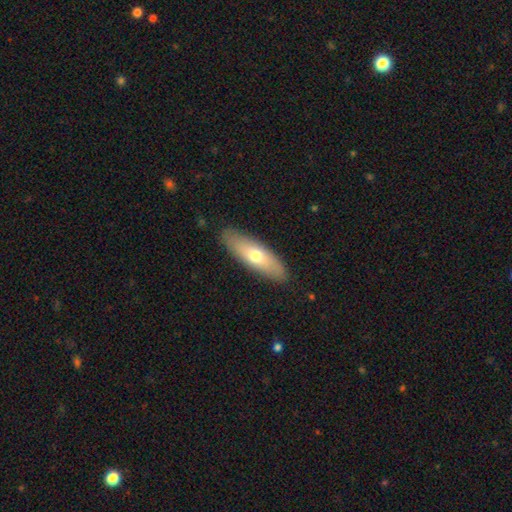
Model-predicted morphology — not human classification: The model was most divided on "how rounded": in between: 52%, cigar-shaped: 46%, round: 2%. More confident: merging — none (88%); smooth or featured — smooth (63%).